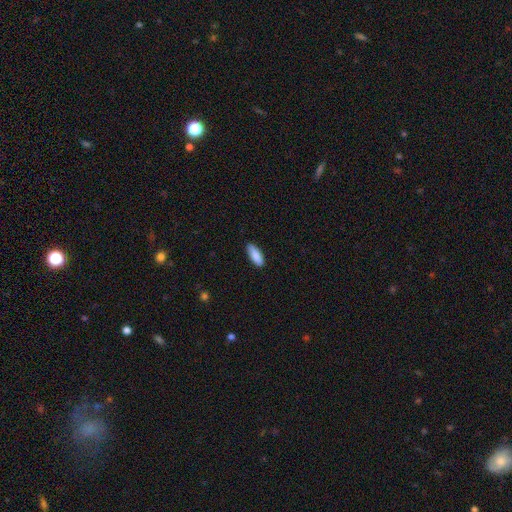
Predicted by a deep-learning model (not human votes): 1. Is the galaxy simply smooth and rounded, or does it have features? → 88% smooth, 7% featured or disk, 6% star or artifact.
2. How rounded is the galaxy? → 73% in between, 25% cigar-shaped, 2% round.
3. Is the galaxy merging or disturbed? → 87% none, 11% minor disturbance, 2% major disturbance, 1% merger.